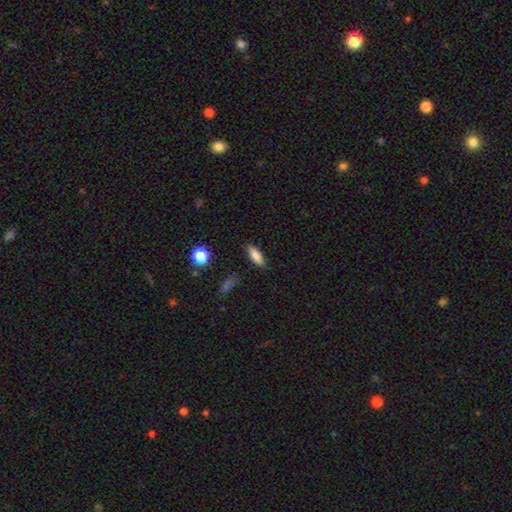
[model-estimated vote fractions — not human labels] A smooth galaxy with no disk features (83%) that is in between round and cigar-shaped (70%). Merging: none (82%).